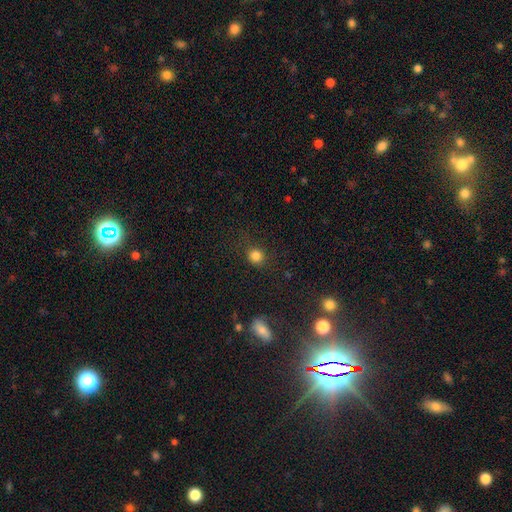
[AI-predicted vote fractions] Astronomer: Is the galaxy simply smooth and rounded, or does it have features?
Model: smooth — 83%.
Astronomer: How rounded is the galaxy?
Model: round — 84%.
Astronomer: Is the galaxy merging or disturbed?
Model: none — 83%.